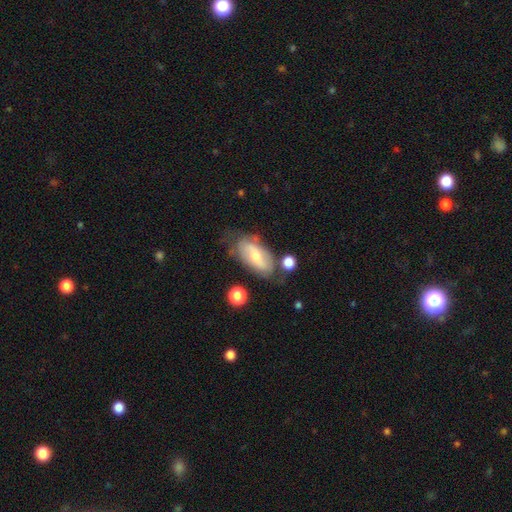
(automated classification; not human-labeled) Smooth or featured?
  - featured or disk: 48% *
  - smooth: 45%
  - star or artifact: 7%
Merging?
  - none: 59% *
  - minor disturbance: 24%
  - major disturbance: 10%
  - merger: 7%